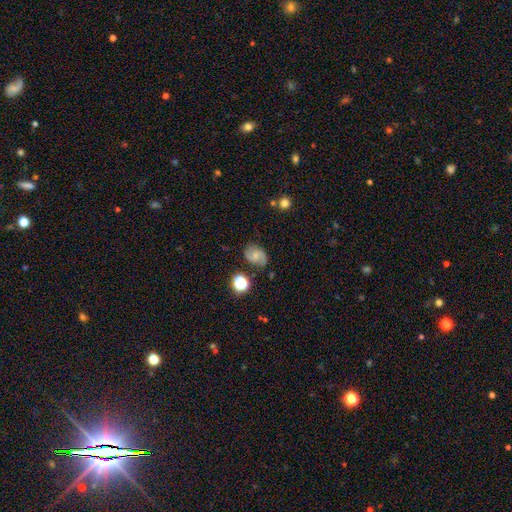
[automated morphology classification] A featured or disk galaxy (67%) with no bar (52%), 2 (90%) medium (52%) spiral arms (94%) and a small central bulge (49%).

Vote fractions:
- Smooth or featured? featured or disk: 67% / smooth: 22% / star or artifact: 11%
- Edge-on disk? no: 98% / yes: 2%
- Bar? no: 52% / weak: 40% / strong: 8%
- Spiral arms? yes: 94% / no: 6%
- Spiral winding? medium: 52% / loose: 26% / tight: 22%
- Spiral arm count? 2: 90% / can't tell: 5% / 1: 2% / 3: 1% / 4: 1% / more than 4: 1%
- Bulge size? small: 49% / moderate: 33% / none: 14% / large: 3% / dominant: 1%
- Merging? none: 75% / minor disturbance: 17% / major disturbance: 5% / merger: 3%